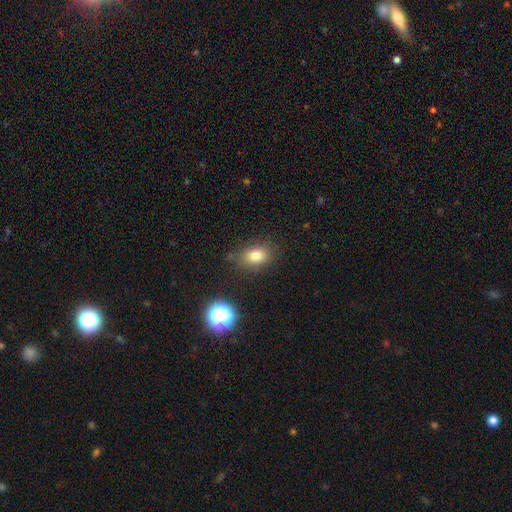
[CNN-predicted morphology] This appears to be a smooth galaxy with no disk features (80%) that is in between round and cigar-shaped (72%). Merging: none (79%).